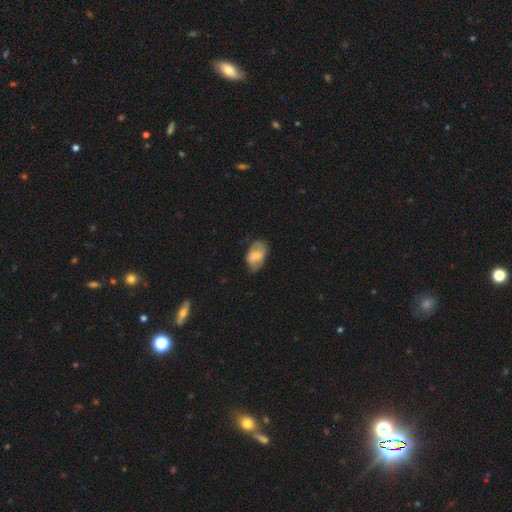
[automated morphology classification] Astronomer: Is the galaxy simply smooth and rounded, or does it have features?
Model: smooth — 65%.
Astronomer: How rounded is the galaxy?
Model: in between — 90%.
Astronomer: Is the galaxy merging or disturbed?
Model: none — 63%.